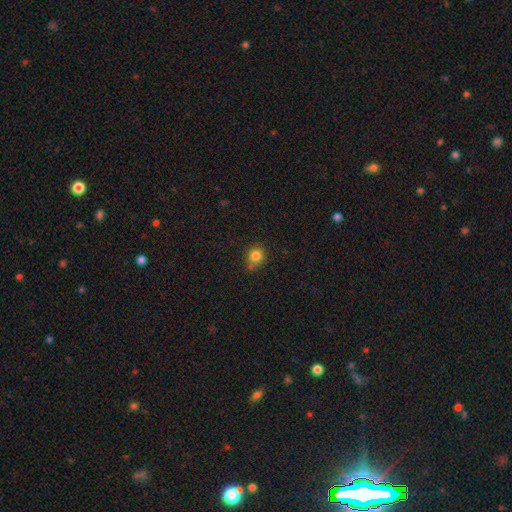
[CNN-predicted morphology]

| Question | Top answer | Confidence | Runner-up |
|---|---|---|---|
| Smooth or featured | smooth | 83% | star or artifact (12%) |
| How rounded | round | 85% | in between (14%) |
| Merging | none | 72% | minor disturbance (15%) |